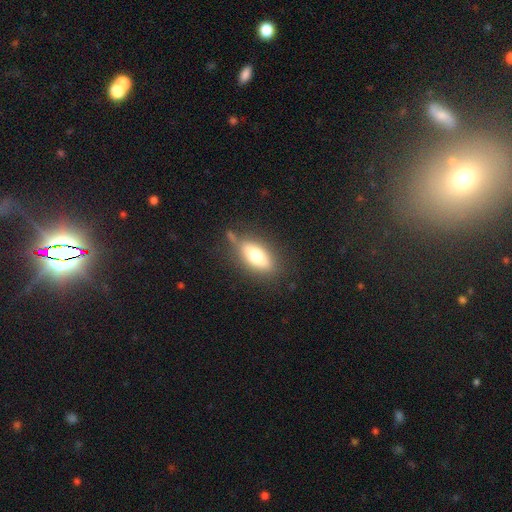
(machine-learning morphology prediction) smooth 67%, featured or disk 25%, star or artifact 8%. Down the decision tree: how rounded — in between (82%); merging — none (67%).